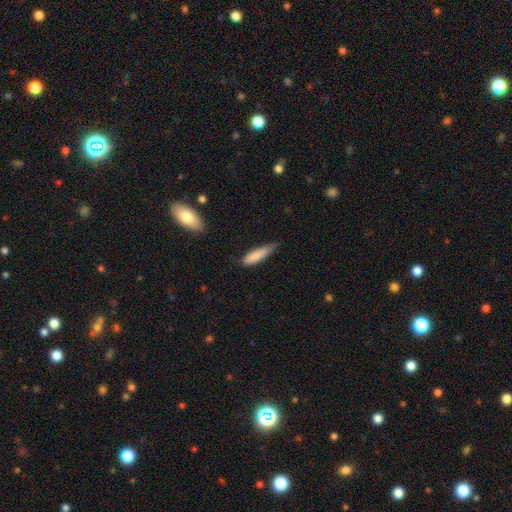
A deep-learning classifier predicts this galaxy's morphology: type=smooth (83%); roundness=cigar-shaped (70%); merging=none (49%).